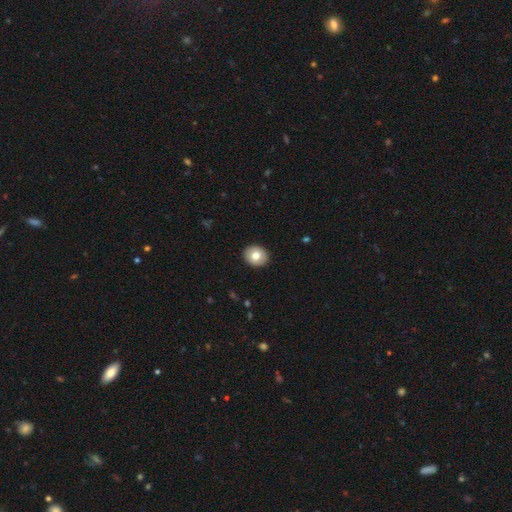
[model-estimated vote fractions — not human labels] Smooth or featured: smooth — 77% (featured or disk — 15%)
How rounded: round — 70% (in between — 29%)
Merging: none — 92% (minor disturbance — 6%)